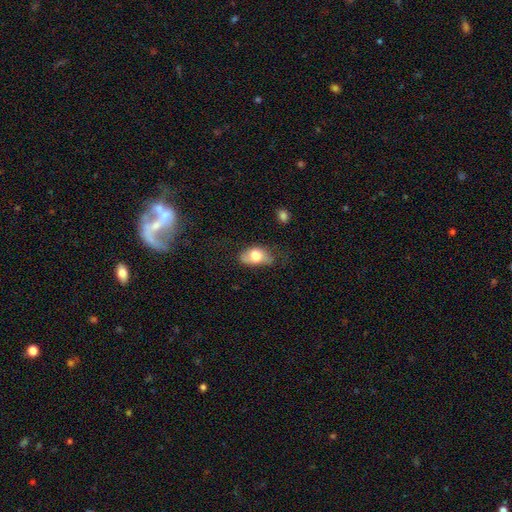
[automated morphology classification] Smooth or featured: smooth — 72% (featured or disk — 20%)
How rounded: in between — 89% (round — 9%)
Merging: none — 42% (minor disturbance — 36%)